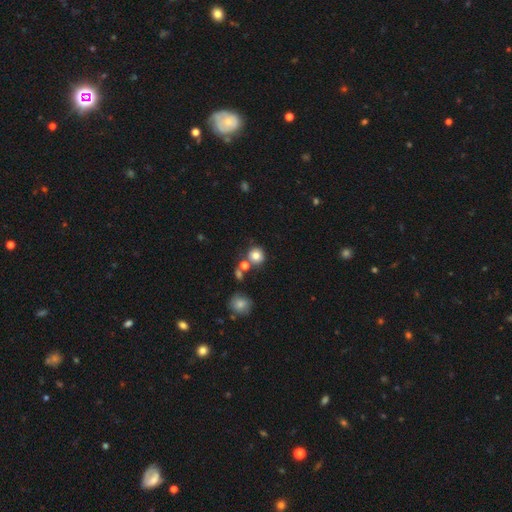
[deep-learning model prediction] The model was most divided on "merging": none: 69%, merger: 16%, minor disturbance: 11%, major disturbance: 4%. More confident: how rounded — round (89%); smooth or featured — smooth (79%).